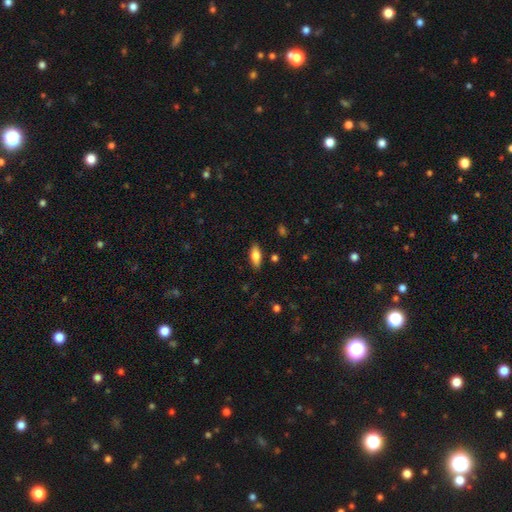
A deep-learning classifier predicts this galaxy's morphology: Smooth or featured: smooth — 78% (featured or disk — 15%)
How rounded: in between — 80% (cigar-shaped — 18%)
Merging: none — 85% (minor disturbance — 11%)